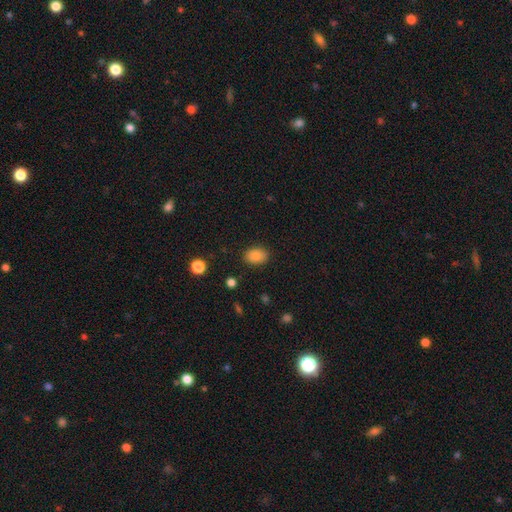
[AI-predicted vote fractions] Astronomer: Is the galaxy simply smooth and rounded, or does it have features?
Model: smooth — 86%.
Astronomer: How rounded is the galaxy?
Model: in between — 77%.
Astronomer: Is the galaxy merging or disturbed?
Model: none — 87%.